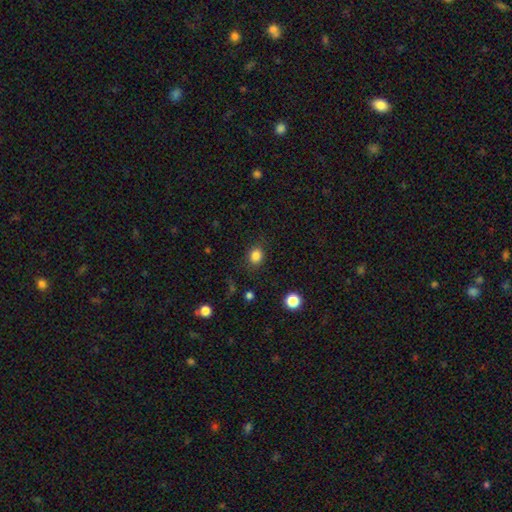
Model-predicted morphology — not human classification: Smooth or featured? smooth (84%)
How rounded? round (70%)
Merging? none (85%)